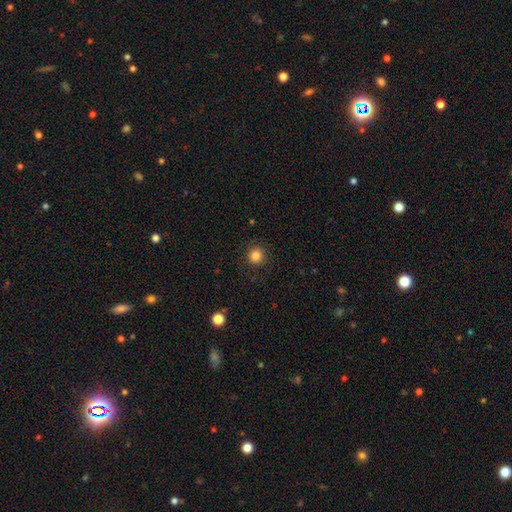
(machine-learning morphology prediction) smooth_or_featured: smooth (p=0.84) [alt: star or artifact p=0.11]
how_rounded: round (p=0.93) [alt: in between p=0.06]
merging: none (p=0.88) [alt: minor disturbance p=0.08]